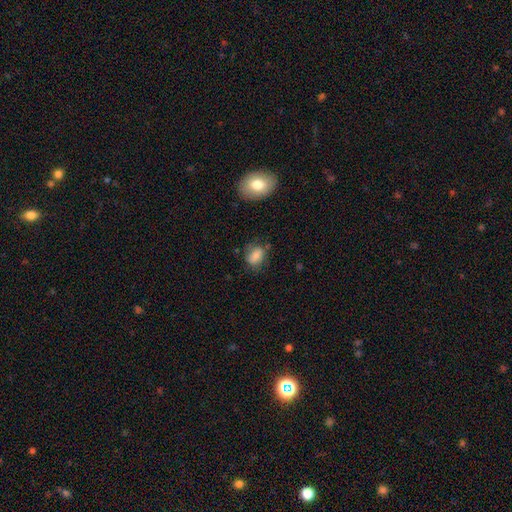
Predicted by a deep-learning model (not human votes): Smooth or featured: smooth — 76% (featured or disk — 15%)
How rounded: in between — 73% (round — 25%)
Merging: none — 59% (minor disturbance — 27%)